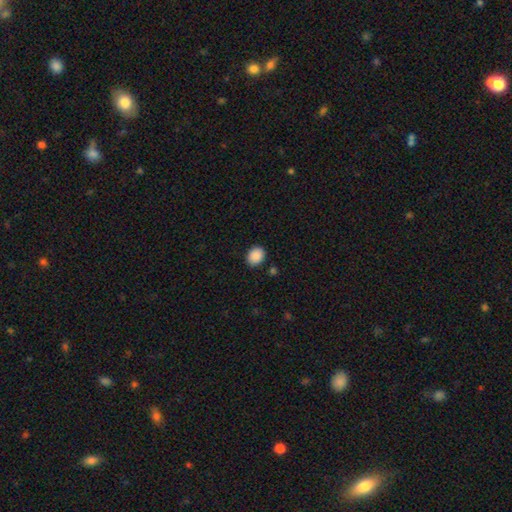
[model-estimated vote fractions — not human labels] Smooth or featured?
  - smooth: 89% *
  - star or artifact: 8%
  - featured or disk: 2%
How rounded?
  - round: 52% *
  - in between: 48%
  - cigar-shaped: 1%
Merging?
  - none: 87% *
  - minor disturbance: 8%
  - major disturbance: 2%
  - merger: 2%